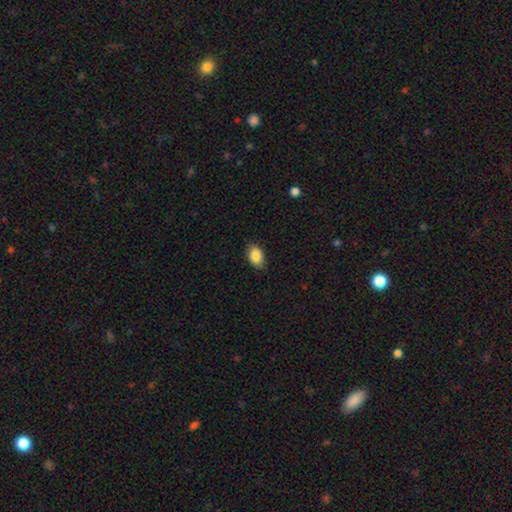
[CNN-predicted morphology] Smooth or featured?
  - smooth: 87% *
  - star or artifact: 8%
  - featured or disk: 5%
How rounded?
  - in between: 86% *
  - round: 12%
  - cigar-shaped: 1%
Merging?
  - none: 86% *
  - minor disturbance: 11%
  - major disturbance: 2%
  - merger: 1%